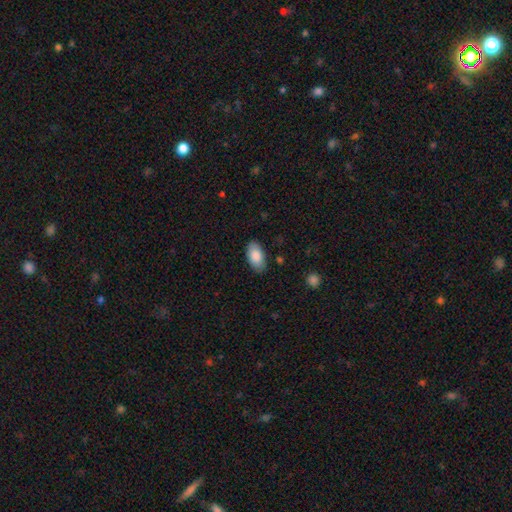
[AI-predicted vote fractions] Smooth or featured: smooth — 85% (featured or disk — 9%)
How rounded: in between — 95% (round — 3%)
Merging: none — 85% (minor disturbance — 12%)